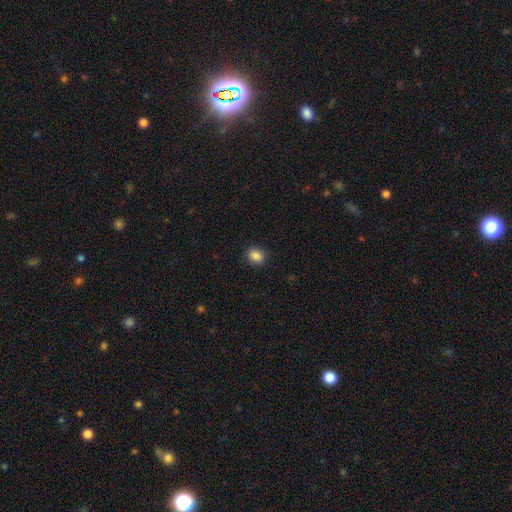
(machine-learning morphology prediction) The model was most divided on "how rounded": in between: 54%, round: 45%, cigar-shaped: 1%. More confident: merging — none (89%); smooth or featured — smooth (86%).